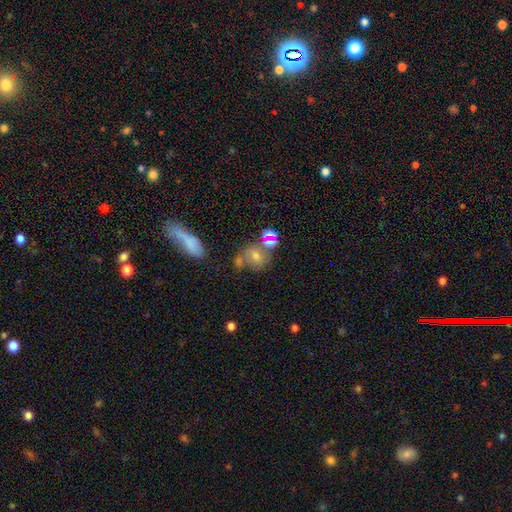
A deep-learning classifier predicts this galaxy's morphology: type=smooth (58%); roundness=round (50%); merging=none (49%).